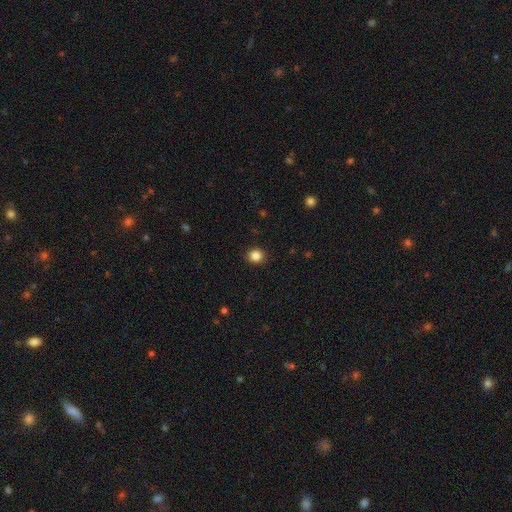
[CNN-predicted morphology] This appears to be a smooth galaxy with no disk features (85%) that is round (78%). Merging: none (91%).